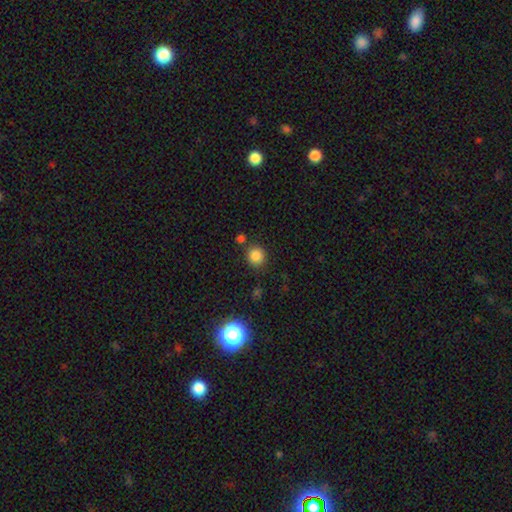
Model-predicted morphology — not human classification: This is clearly a smooth galaxy (84%). How rounded: clearly round (90%). Merging: clearly none (81%).